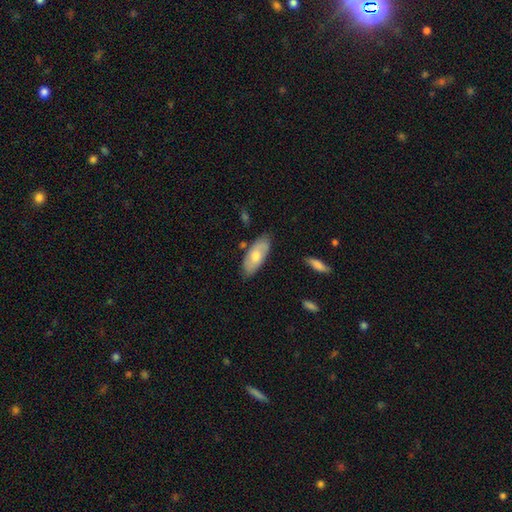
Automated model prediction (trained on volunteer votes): The model was most divided on "smooth or featured": smooth: 62%, featured or disk: 33%, star or artifact: 6%. More confident: how rounded — in between (85%); merging — none (80%).